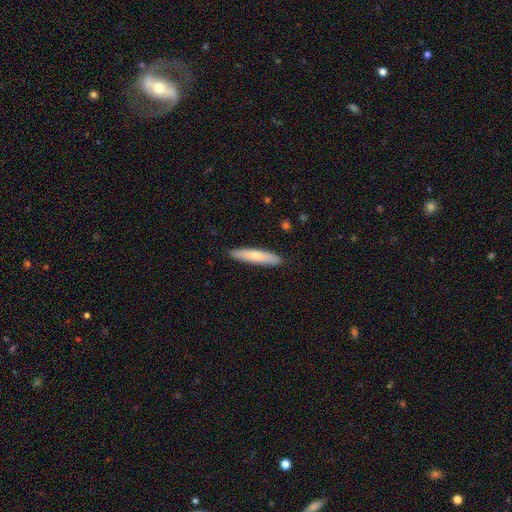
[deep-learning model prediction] Q: Smooth or featured?
A: smooth (71%); runner-up: featured or disk (24%)
Q: How rounded?
A: cigar-shaped (85%); runner-up: in between (14%)
Q: Merging?
A: none (89%); runner-up: minor disturbance (8%)